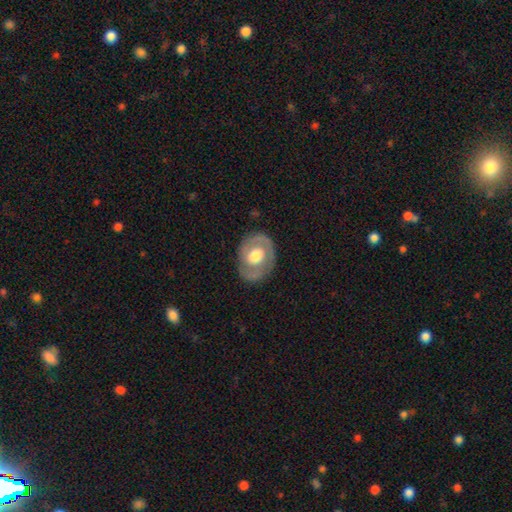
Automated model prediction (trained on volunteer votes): This is likely a featured or disk galaxy (62%). It is clearly not viewed edge-on (96%). Bar: likely no (76%). Spiral arm pattern: possibly yes (51%). Central bulge: possibly moderate (48%). Merging: likely none (78%).